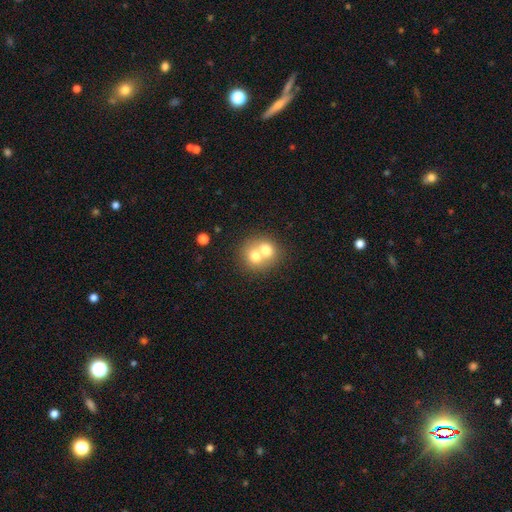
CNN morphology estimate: Smooth or featured? smooth (68%)
How rounded? round (76%)
Merging? merger (67%)